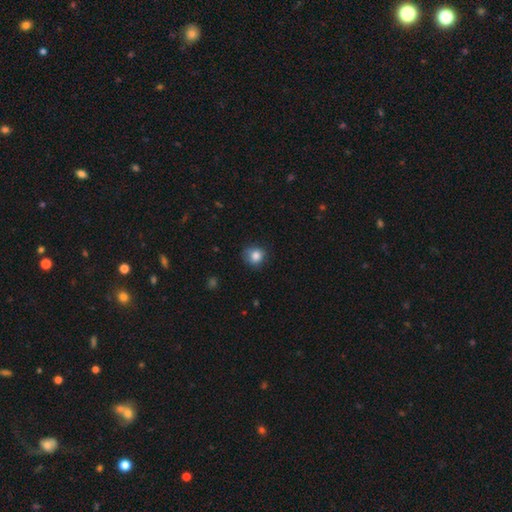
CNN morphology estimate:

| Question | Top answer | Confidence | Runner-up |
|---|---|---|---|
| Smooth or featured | smooth | 83% | star or artifact (10%) |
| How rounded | round | 81% | in between (18%) |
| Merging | none | 73% | minor disturbance (21%) |